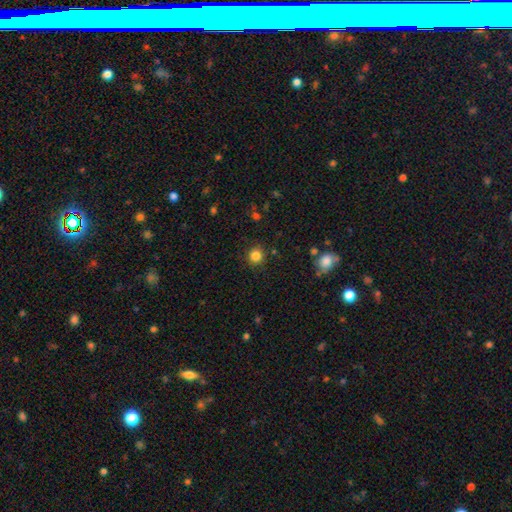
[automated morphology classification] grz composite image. It shows a smooth galaxy with no disk features (84%) that is round (91%). Merging: none (89%).